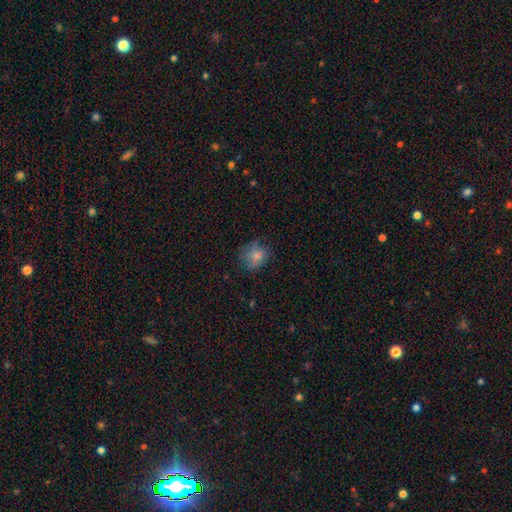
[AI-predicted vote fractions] smooth-or-featured: smooth: 75% | featured or disk: 13% | star or artifact: 12%
  how-rounded: round: 72% | in between: 27% | cigar-shaped: 1%
  merging: none: 64% | minor disturbance: 23% | major disturbance: 11% | merger: 2%